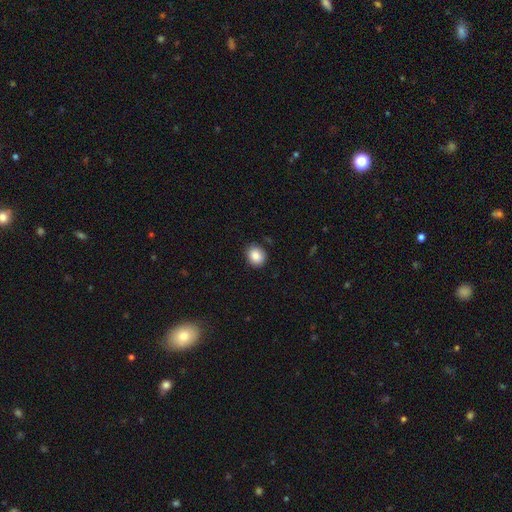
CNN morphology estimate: Smooth or featured? Predicted: smooth (p=0.87). How rounded? Predicted: round (p=0.69). Merging? Predicted: none (p=0.86).